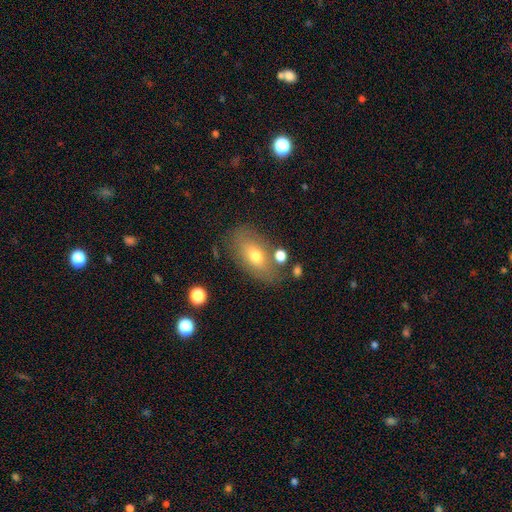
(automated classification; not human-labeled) smooth 65%, featured or disk 26%, star or artifact 9%. Down the decision tree: how rounded — in between (88%); merging — none (71%).